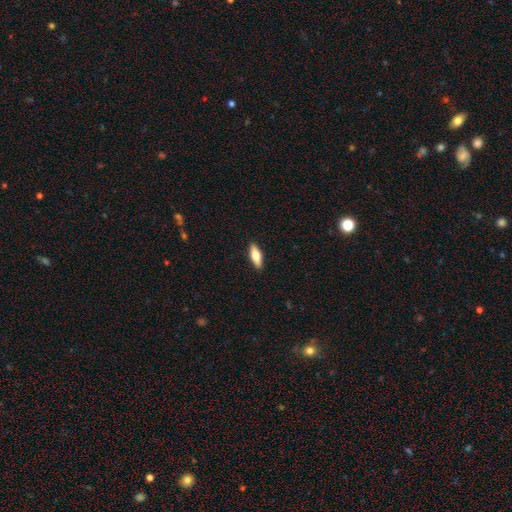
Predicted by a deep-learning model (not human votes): Smooth or featured? smooth (64%)
How rounded? in between (58%)
Merging? none (91%)